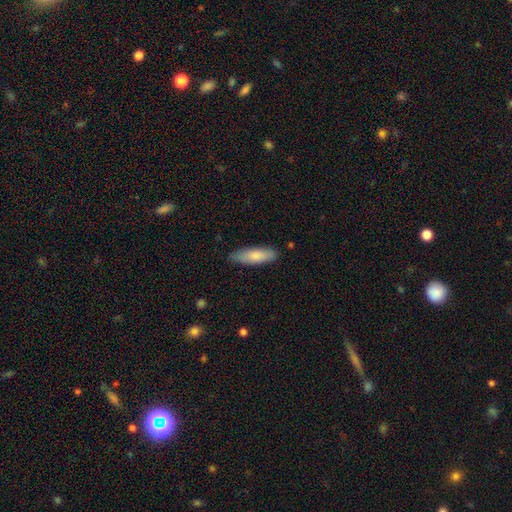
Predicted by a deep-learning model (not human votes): Smooth or featured? Predicted: smooth (p=0.80). How rounded? Predicted: cigar-shaped (p=0.53). Merging? Predicted: none (p=0.84).